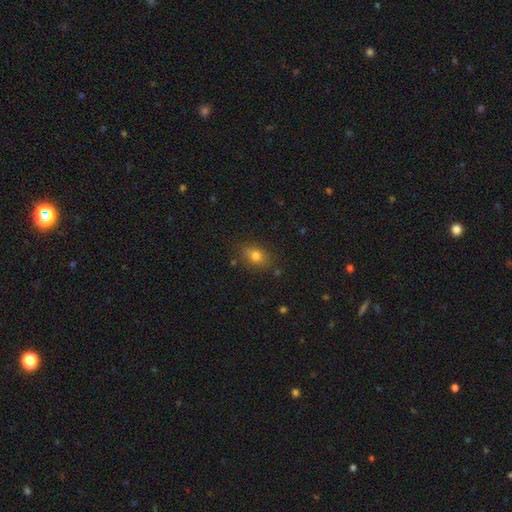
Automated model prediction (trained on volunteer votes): The model was most divided on "how rounded": in between: 70%, round: 28%, cigar-shaped: 3%. More confident: merging — none (79%); smooth or featured — smooth (77%).